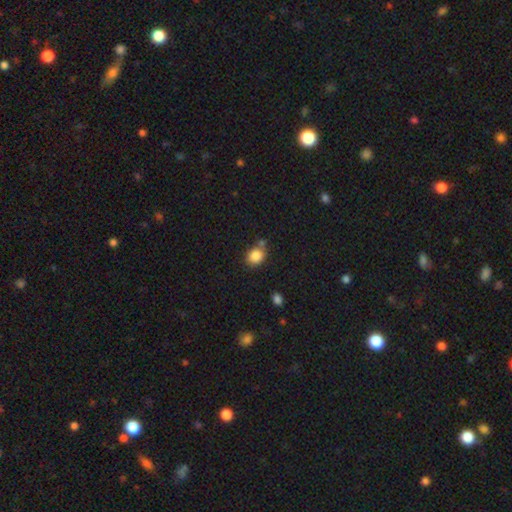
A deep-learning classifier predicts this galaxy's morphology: smooth 85%, star or artifact 9%, featured or disk 5%. Down the decision tree: how rounded — round (58%); merging — none (65%).